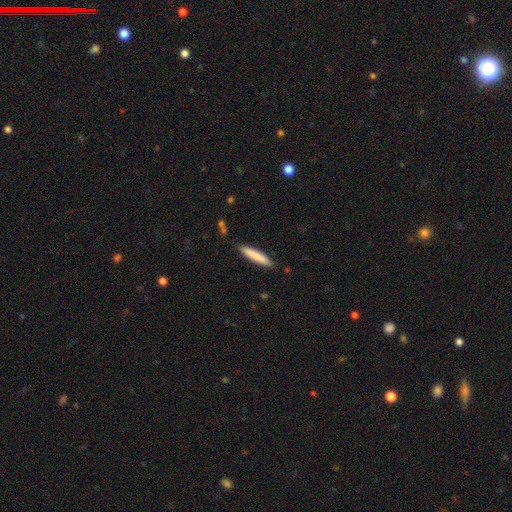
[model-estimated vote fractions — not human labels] Smooth or featured? smooth (81%)
How rounded? cigar-shaped (90%)
Merging? none (89%)